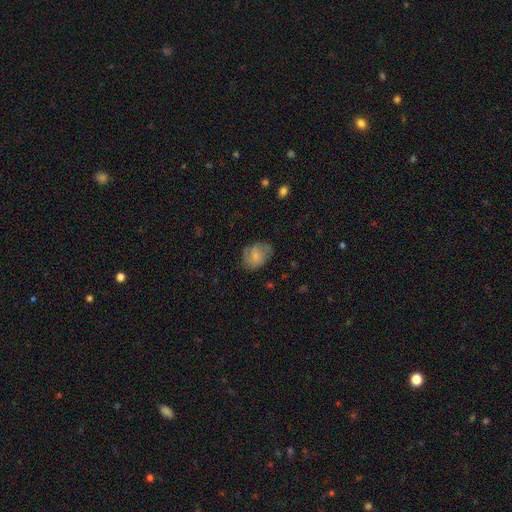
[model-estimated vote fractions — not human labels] smooth 55%, featured or disk 37%, star or artifact 8%. Down the decision tree: how rounded — in between (54%); merging — none (60%).